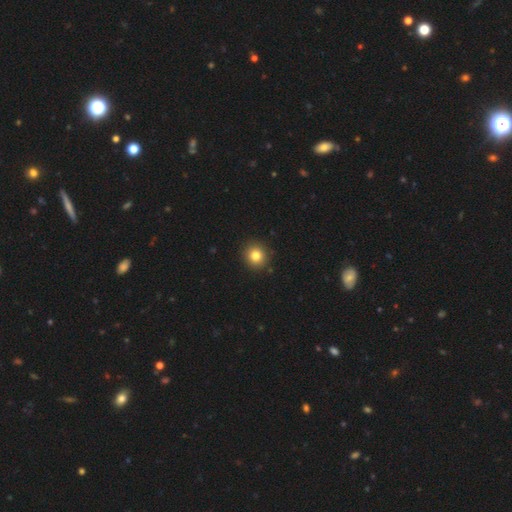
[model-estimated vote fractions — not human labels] smooth-or-featured: smooth: 81% | star or artifact: 12% | featured or disk: 7%
  how-rounded: round: 90% | in between: 9% | cigar-shaped: 1%
  merging: none: 91% | minor disturbance: 6% | major disturbance: 2% | merger: 1%